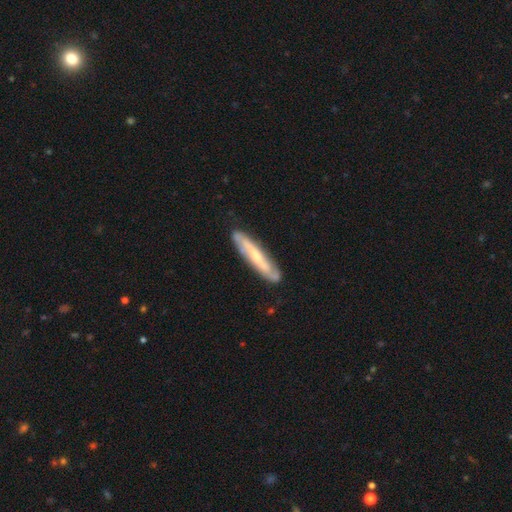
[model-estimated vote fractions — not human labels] Smooth or featured? featured or disk (63%)
Edge-on disk? yes (51%)
Merging? none (81%)